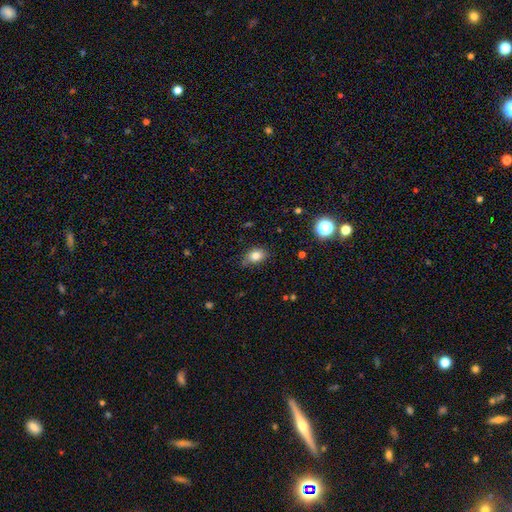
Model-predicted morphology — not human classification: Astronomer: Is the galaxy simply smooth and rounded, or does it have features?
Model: smooth — 80%.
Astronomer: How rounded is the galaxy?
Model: in between — 73%.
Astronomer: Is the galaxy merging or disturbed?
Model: none — 72%.